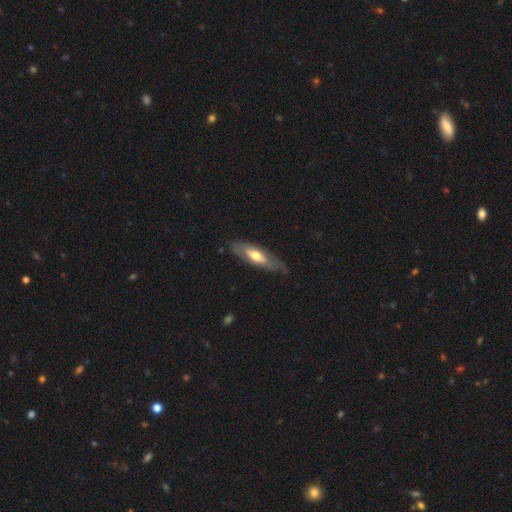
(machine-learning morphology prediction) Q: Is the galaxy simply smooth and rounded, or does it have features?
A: featured or disk — 51%.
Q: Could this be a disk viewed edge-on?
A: no — 54%.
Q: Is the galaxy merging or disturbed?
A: none — 69%.